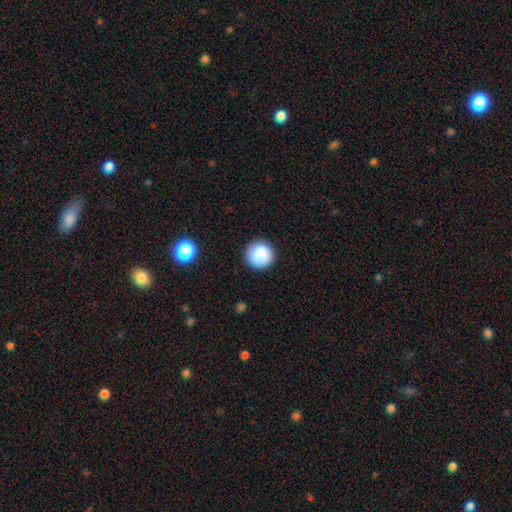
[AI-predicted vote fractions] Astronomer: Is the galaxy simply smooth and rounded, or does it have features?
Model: smooth — 84%.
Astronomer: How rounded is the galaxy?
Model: round — 95%.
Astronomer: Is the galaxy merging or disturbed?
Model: none — 88%.